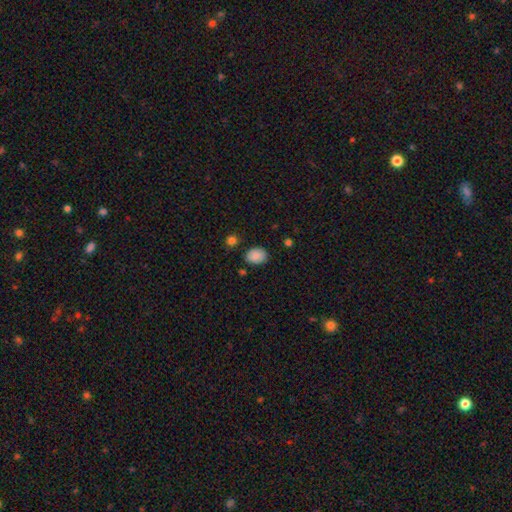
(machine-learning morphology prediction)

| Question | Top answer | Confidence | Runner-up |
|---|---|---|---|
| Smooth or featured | smooth | 88% | star or artifact (8%) |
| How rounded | in between | 67% | round (32%) |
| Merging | none | 80% | minor disturbance (14%) |